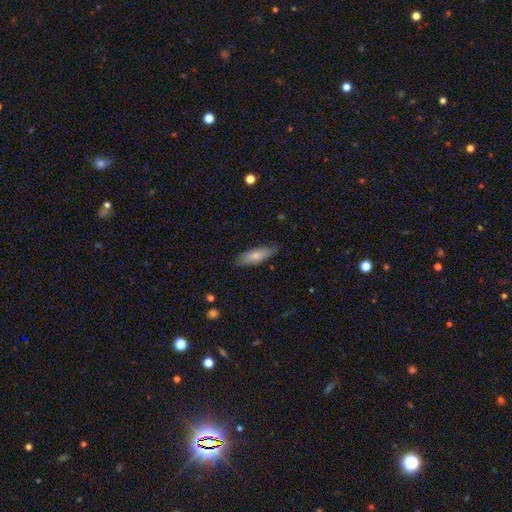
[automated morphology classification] Smooth or featured: smooth — 75% (featured or disk — 20%)
How rounded: in between — 61% (cigar-shaped — 37%)
Merging: none — 77% (minor disturbance — 18%)